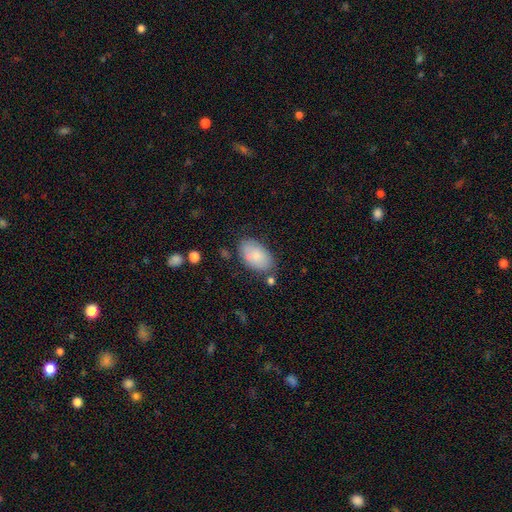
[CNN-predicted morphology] smooth 79%, featured or disk 14%, star or artifact 6%. Down the decision tree: how rounded — in between (94%); merging — none (75%).